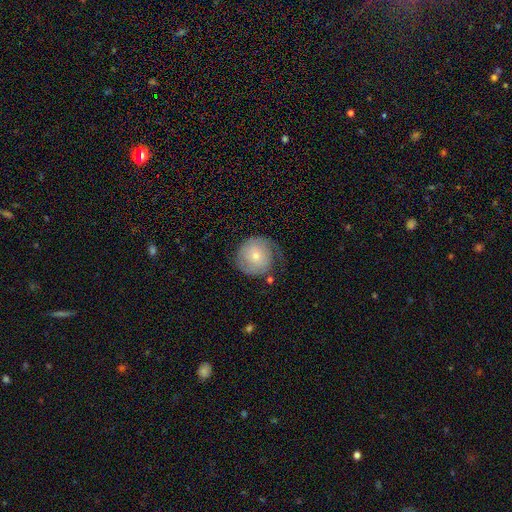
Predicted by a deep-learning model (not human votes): Q: Smooth or featured?
A: smooth (51%); runner-up: featured or disk (43%)
Q: How rounded?
A: round (91%); runner-up: in between (8%)
Q: Merging?
A: none (55%); runner-up: minor disturbance (26%)